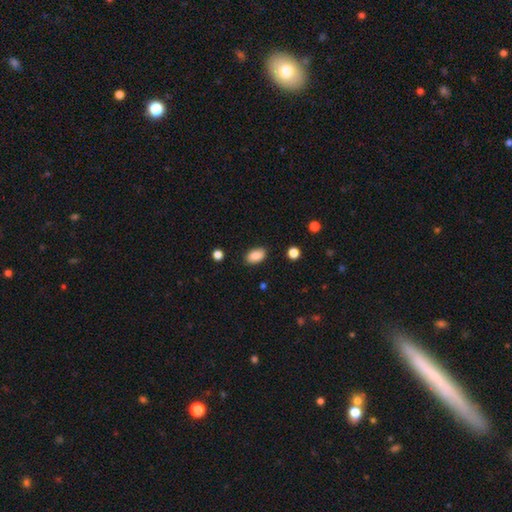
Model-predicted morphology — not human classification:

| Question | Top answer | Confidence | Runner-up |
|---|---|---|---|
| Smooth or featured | smooth | 88% | star or artifact (8%) |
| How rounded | in between | 91% | round (7%) |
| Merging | none | 85% | minor disturbance (11%) |